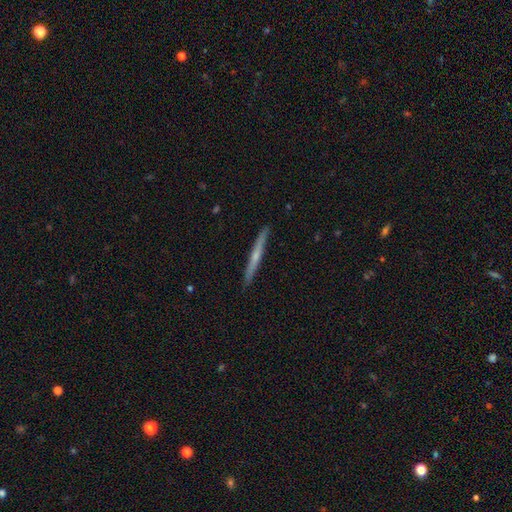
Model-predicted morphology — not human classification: This appears to be a featured or disk galaxy (57%) viewed edge-on (97%) with no central bulge (48%). Merging: none (91%).